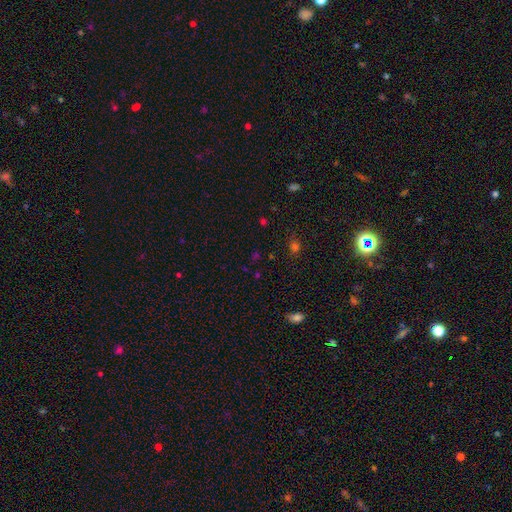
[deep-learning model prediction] Smooth or featured: star or artifact — 51% (smooth — 42%)